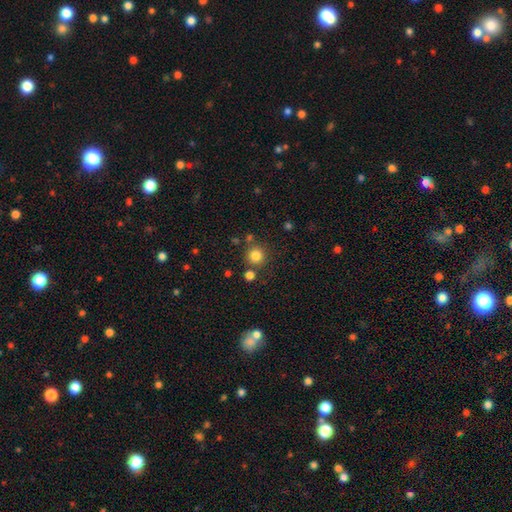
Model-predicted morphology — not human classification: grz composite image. It shows a smooth galaxy with no disk features (81%) that is round (94%). Merging: none (80%).